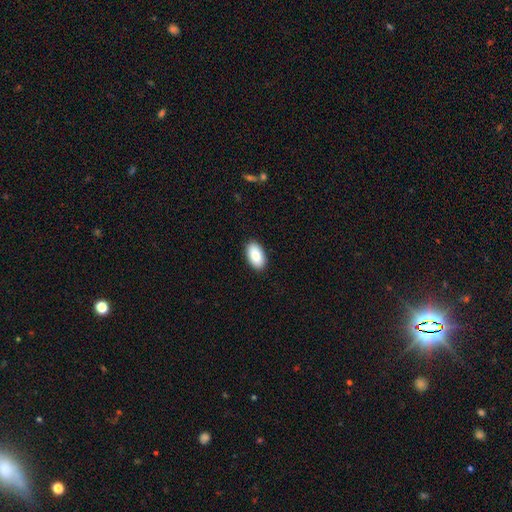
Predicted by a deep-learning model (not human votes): Smooth or featured?
  - smooth: 86% *
  - featured or disk: 8%
  - star or artifact: 6%
How rounded?
  - in between: 95% *
  - round: 3%
  - cigar-shaped: 2%
Merging?
  - none: 91% *
  - minor disturbance: 7%
  - major disturbance: 2%
  - merger: 1%